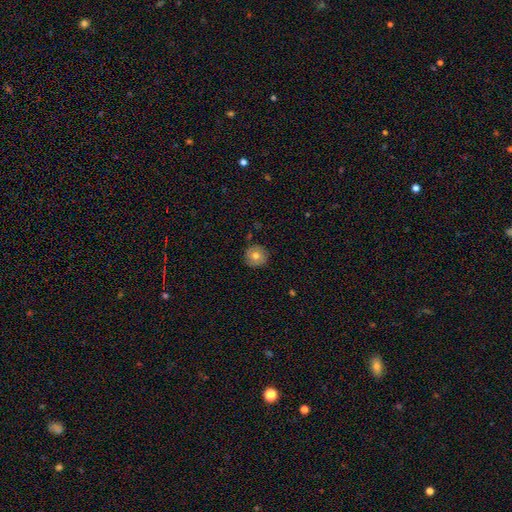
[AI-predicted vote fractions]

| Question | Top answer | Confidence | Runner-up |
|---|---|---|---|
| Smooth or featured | smooth | 74% | featured or disk (17%) |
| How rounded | round | 95% | in between (4%) |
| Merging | none | 89% | minor disturbance (8%) |